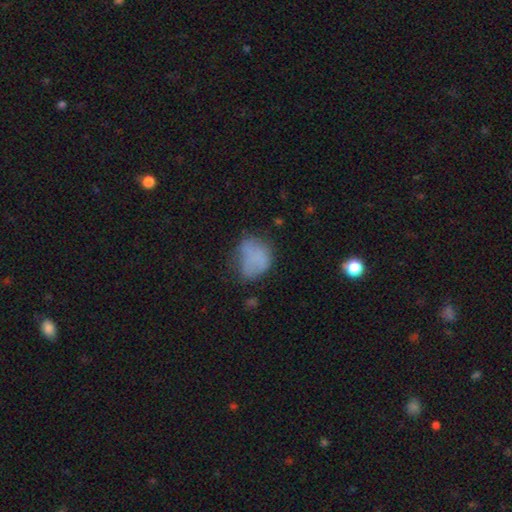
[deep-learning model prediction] A smooth galaxy with no disk features (70%) that is in between round and cigar-shaped (53%).

Vote fractions:
- Smooth or featured? smooth: 70% / featured or disk: 18% / star or artifact: 12%
- How rounded? in between: 53% / round: 46% / cigar-shaped: 1%
- Merging? none: 39% / minor disturbance: 33% / major disturbance: 23% / merger: 5%